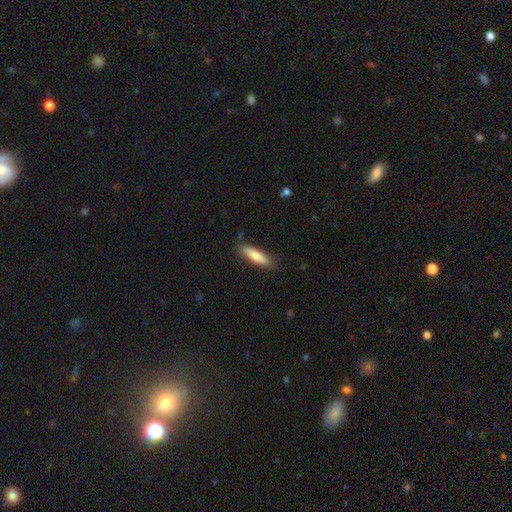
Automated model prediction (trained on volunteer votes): A smooth galaxy with no disk features (81%) that is cigar-shaped (67%). Merging: none (84%).